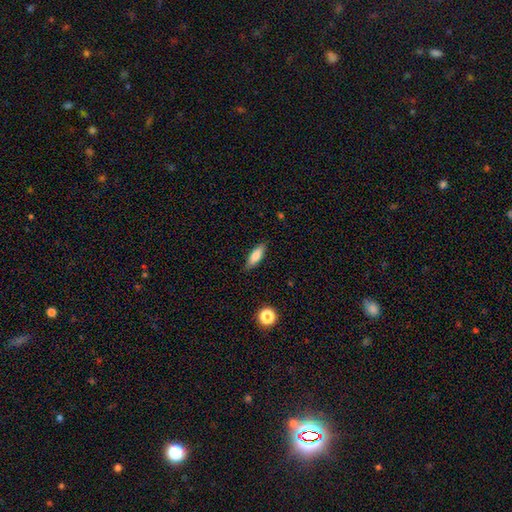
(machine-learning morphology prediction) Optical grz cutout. It shows a smooth galaxy with no disk features (78%) that is in between round and cigar-shaped (59%). Merging: none (86%).